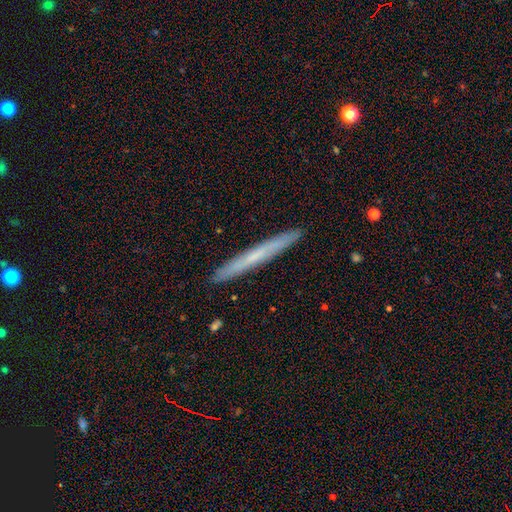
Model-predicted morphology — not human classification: smooth 53%, featured or disk 41%, star or artifact 7%. Down the decision tree: how rounded — cigar-shaped (97%); merging — none (93%).